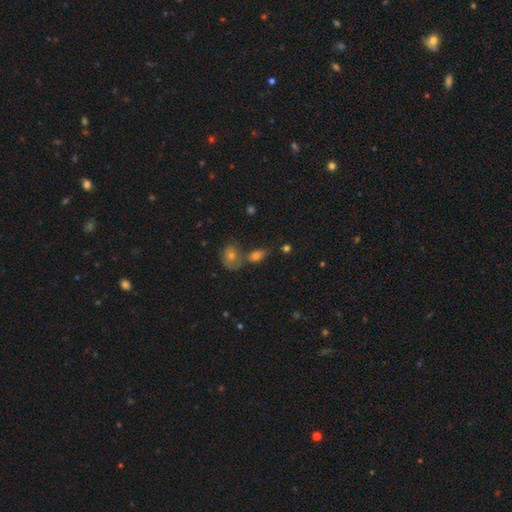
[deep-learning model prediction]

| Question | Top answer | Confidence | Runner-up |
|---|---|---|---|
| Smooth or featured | smooth | 61% | star or artifact (20%) |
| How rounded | in between | 73% | round (19%) |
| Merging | none | 51% | merger (32%) |